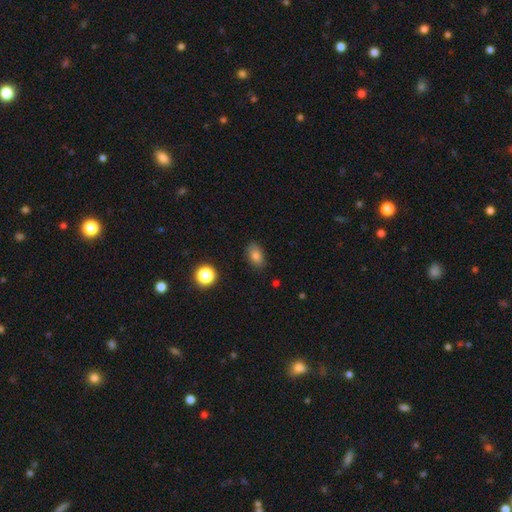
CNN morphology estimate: Q: Smooth or featured?
A: smooth (81%); runner-up: star or artifact (11%)
Q: How rounded?
A: in between (86%); runner-up: round (12%)
Q: Merging?
A: none (82%); runner-up: minor disturbance (14%)